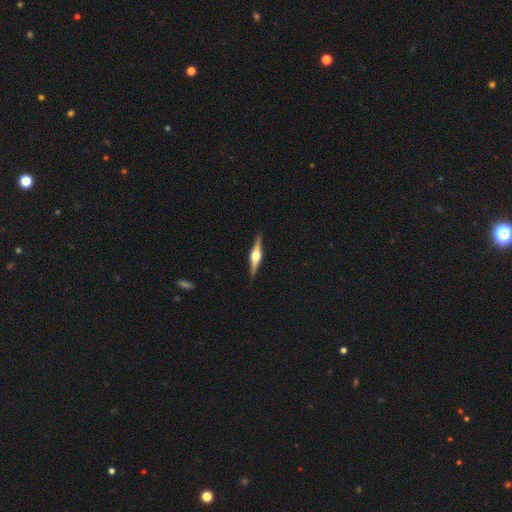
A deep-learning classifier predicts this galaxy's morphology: A featured or disk galaxy (79%) viewed edge-on (98%) with a rounded central bulge (94%). Merging: none (91%).